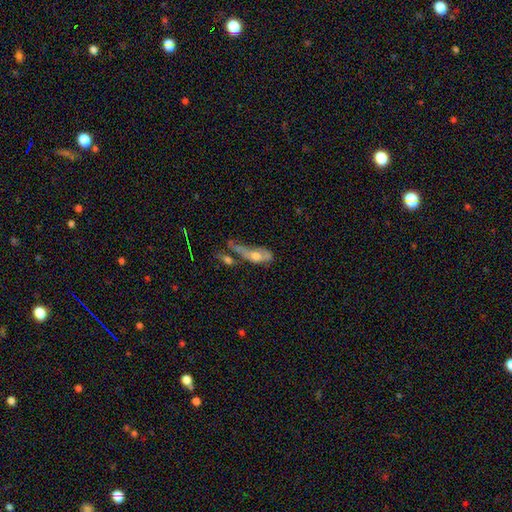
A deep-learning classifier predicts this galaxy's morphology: Smooth or featured: smooth — 48% (featured or disk — 41%)
Merging: merger — 33% (major disturbance — 32%)